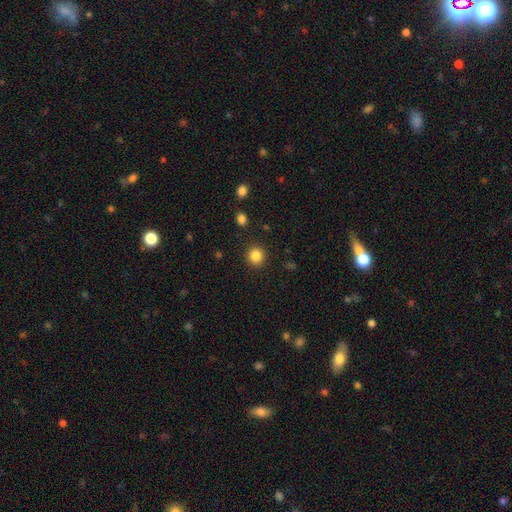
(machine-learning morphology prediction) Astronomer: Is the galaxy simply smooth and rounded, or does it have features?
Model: smooth — 85%.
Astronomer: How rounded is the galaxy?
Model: round — 91%.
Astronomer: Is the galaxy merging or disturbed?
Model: none — 91%.